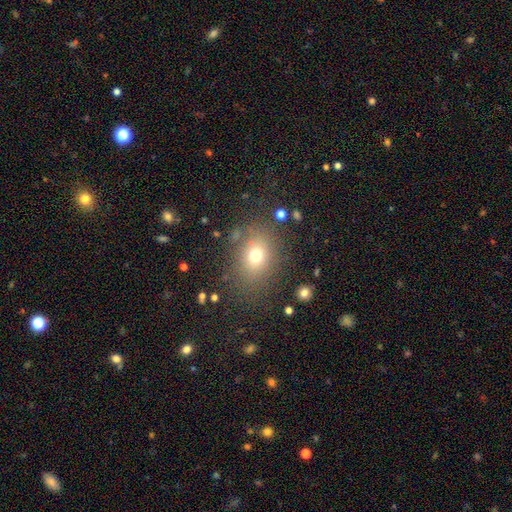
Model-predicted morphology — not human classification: This appears to be a smooth galaxy with no disk features (71%) that is in between round and cigar-shaped (51%). Merging: none (79%).